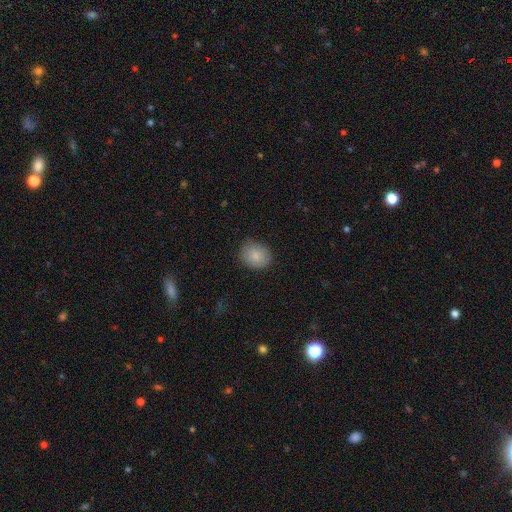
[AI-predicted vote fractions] Overall: smooth (86%). How rounded: round (55%; in between 44%). Merging: none (83%).